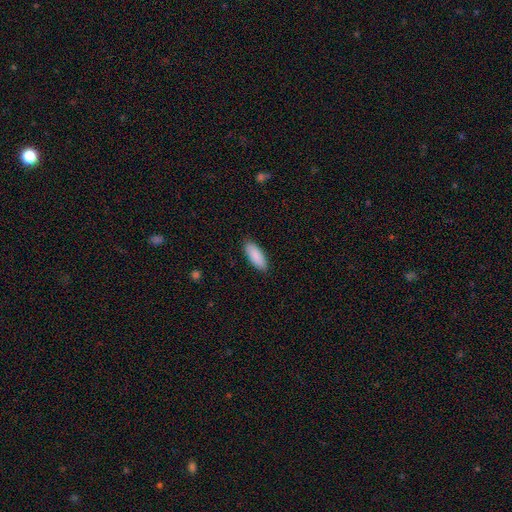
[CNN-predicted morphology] The model was most divided on "how rounded": in between: 75%, cigar-shaped: 23%, round: 2%. More confident: smooth or featured — smooth (90%); merging — none (88%).